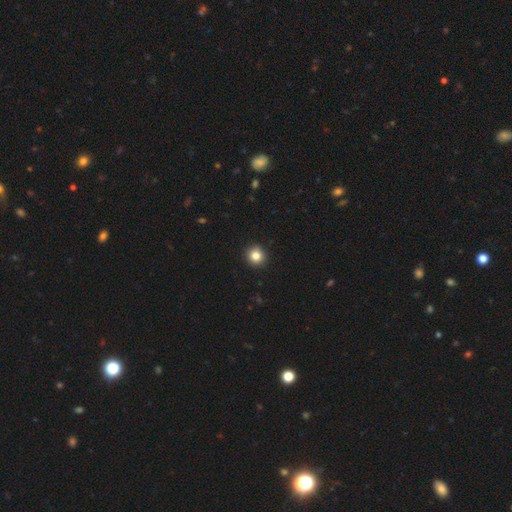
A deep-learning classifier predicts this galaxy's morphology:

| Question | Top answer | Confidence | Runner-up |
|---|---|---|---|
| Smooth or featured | smooth | 84% | star or artifact (11%) |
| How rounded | round | 93% | in between (6%) |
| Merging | none | 93% | minor disturbance (4%) |